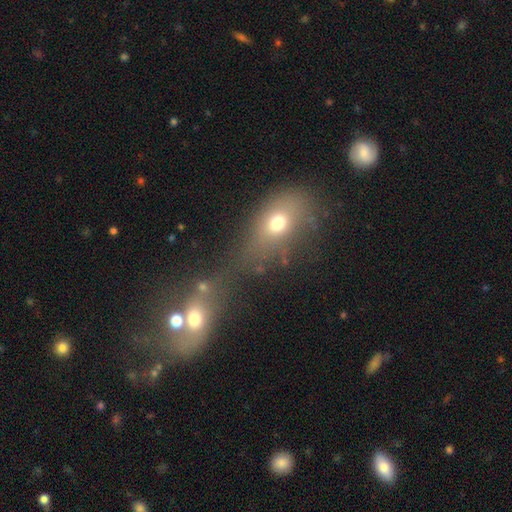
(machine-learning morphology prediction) Smooth or featured: smooth — 53% (star or artifact — 24%)
How rounded: in between — 63% (round — 33%)
Merging: merger — 57% (none — 23%)